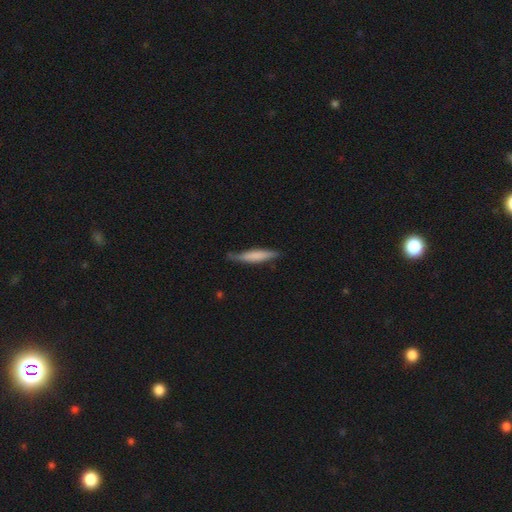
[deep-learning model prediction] Smooth or featured? Predicted: smooth (p=0.64). How rounded? Predicted: cigar-shaped (p=0.90). Merging? Predicted: none (p=0.71).